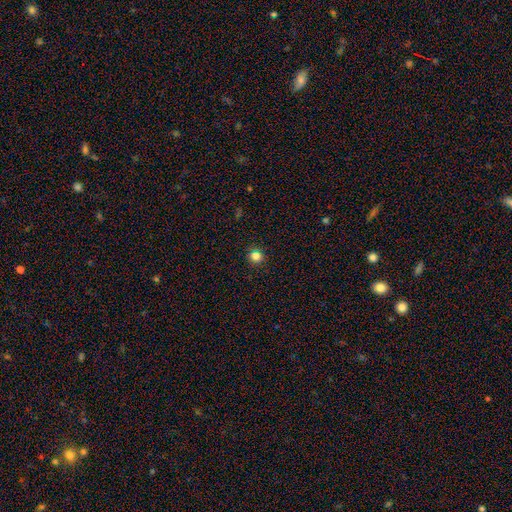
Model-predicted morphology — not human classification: Overall: smooth (79%). How rounded: round (91%). Merging: none (90%).